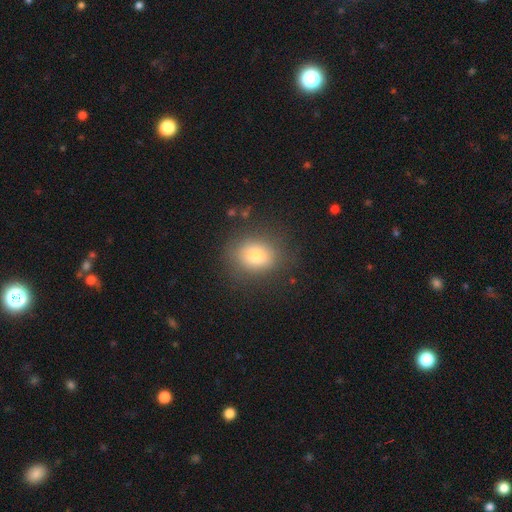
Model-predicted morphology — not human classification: This appears to be a smooth galaxy with no disk features (78%) that is round (61%). Merging: none (80%).